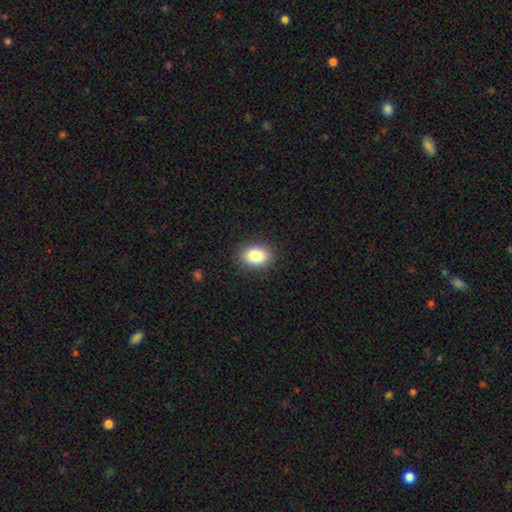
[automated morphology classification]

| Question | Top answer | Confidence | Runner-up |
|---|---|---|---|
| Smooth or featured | smooth | 85% | star or artifact (8%) |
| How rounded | in between | 78% | round (21%) |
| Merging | none | 88% | minor disturbance (8%) |